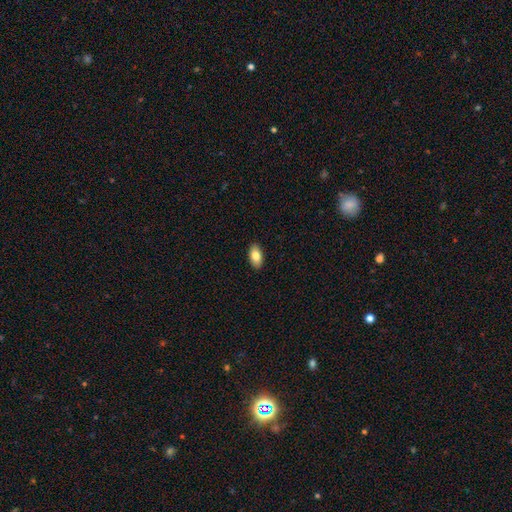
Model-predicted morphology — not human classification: smooth 82%, featured or disk 11%, star or artifact 7%. Down the decision tree: how rounded — in between (93%); merging — none (90%).